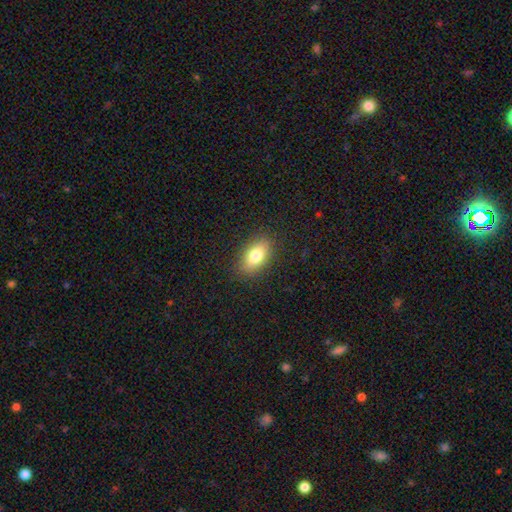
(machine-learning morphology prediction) smooth-or-featured: smooth: 80% | featured or disk: 12% | star or artifact: 8%
  how-rounded: in between: 88% | round: 7% | cigar-shaped: 5%
  merging: none: 87% | minor disturbance: 9% | major disturbance: 3% | merger: 1%